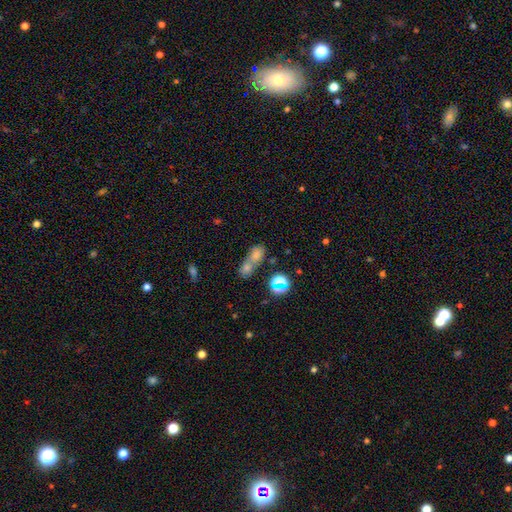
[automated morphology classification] type=smooth (65%); roundness=in between (63%); merging=merger (63%).